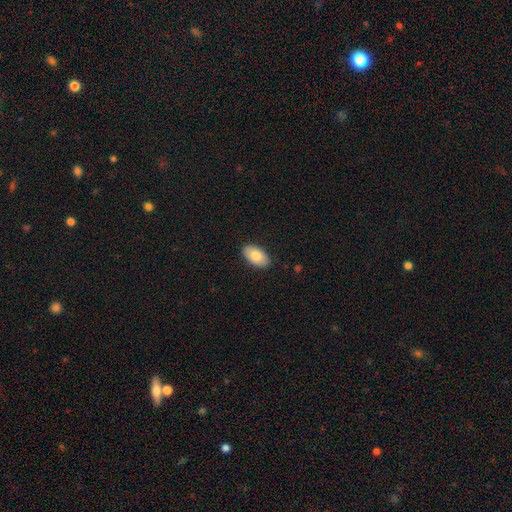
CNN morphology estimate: Q: Smooth or featured?
A: smooth (80%); runner-up: featured or disk (14%)
Q: How rounded?
A: in between (95%); runner-up: round (3%)
Q: Merging?
A: none (89%); runner-up: minor disturbance (9%)